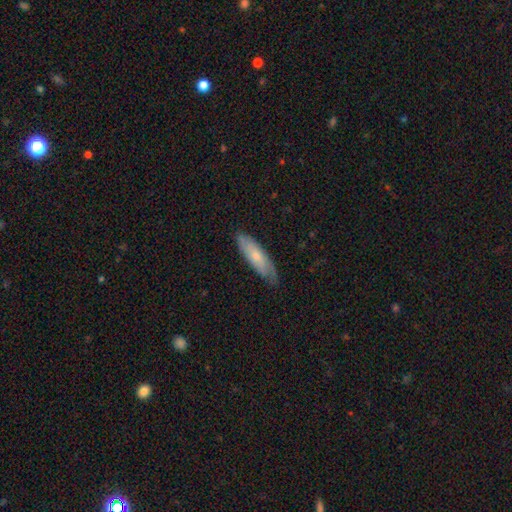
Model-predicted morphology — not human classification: Smooth or featured?
  - smooth: 61% *
  - featured or disk: 34%
  - star or artifact: 6%
How rounded?
  - cigar-shaped: 54% *
  - in between: 44%
  - round: 2%
Merging?
  - none: 74% *
  - minor disturbance: 21%
  - major disturbance: 4%
  - merger: 1%